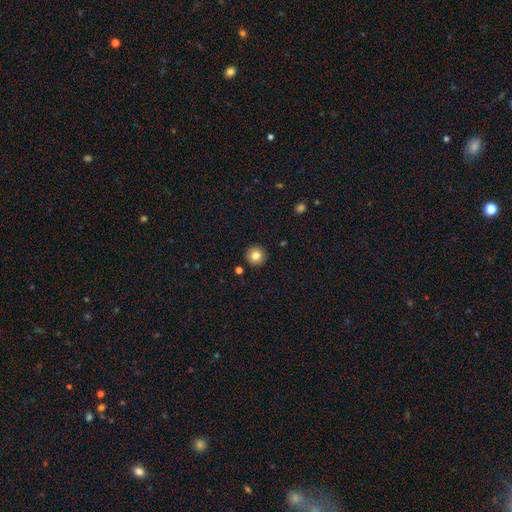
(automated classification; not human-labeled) smooth 82%, star or artifact 10%, featured or disk 8%. Down the decision tree: how rounded — round (96%); merging — none (92%).